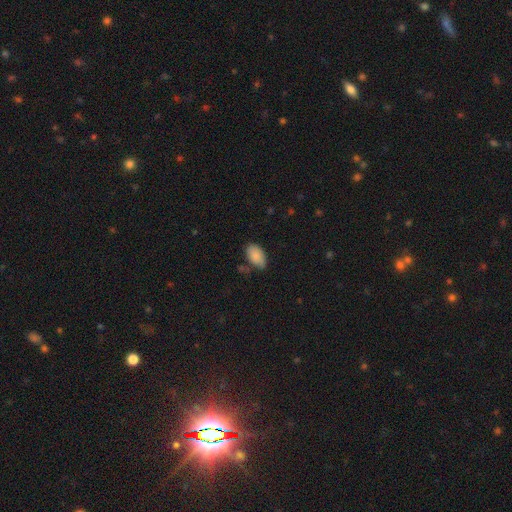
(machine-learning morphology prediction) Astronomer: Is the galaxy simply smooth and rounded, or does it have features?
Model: smooth — 87%.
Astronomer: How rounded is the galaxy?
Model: in between — 94%.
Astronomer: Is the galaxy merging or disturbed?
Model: none — 69%.